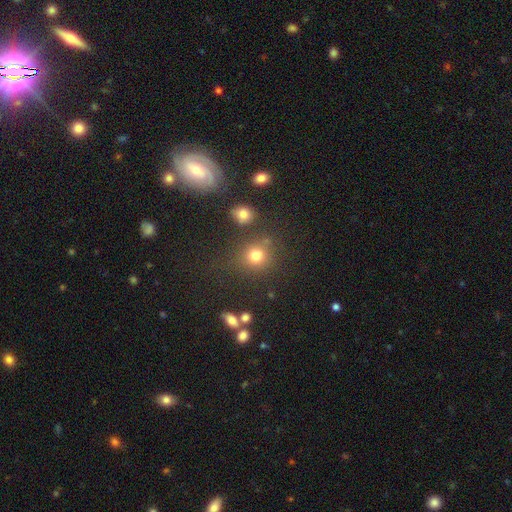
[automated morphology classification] Smooth or featured? smooth (75%)
How rounded? round (83%)
Merging? none (73%)